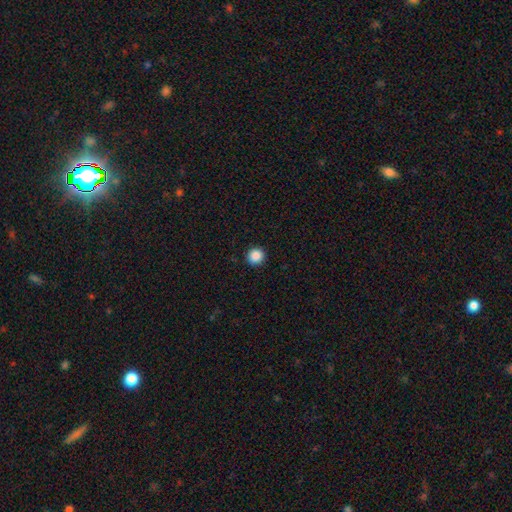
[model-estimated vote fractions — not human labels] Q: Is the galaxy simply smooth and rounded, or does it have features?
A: smooth — 87%.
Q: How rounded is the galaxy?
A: round — 94%.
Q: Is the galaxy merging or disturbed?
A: none — 92%.